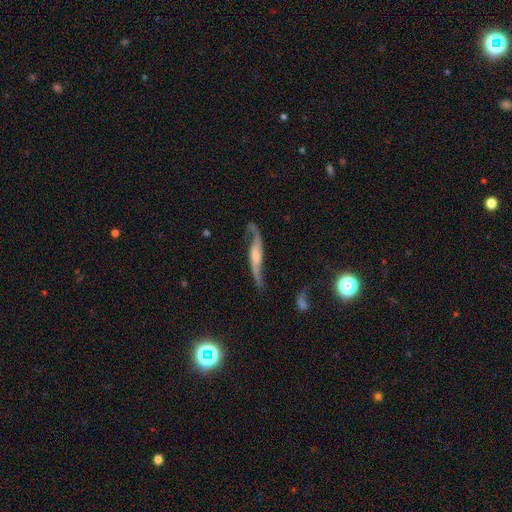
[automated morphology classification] Overall: featured or disk (80%). Edge-on disk: no (65%; yes 35%). Bar: no (48%; weak 33%). Spiral arms: yes (93%). Bulge size: small (37%; moderate 31%). Merging: none (61%; minor disturbance 21%).